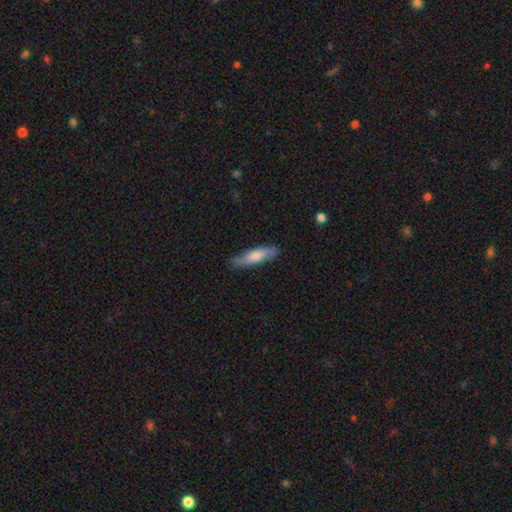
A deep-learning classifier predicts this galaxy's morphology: Smooth or featured? smooth (52%)
How rounded? cigar-shaped (75%)
Merging? none (83%)